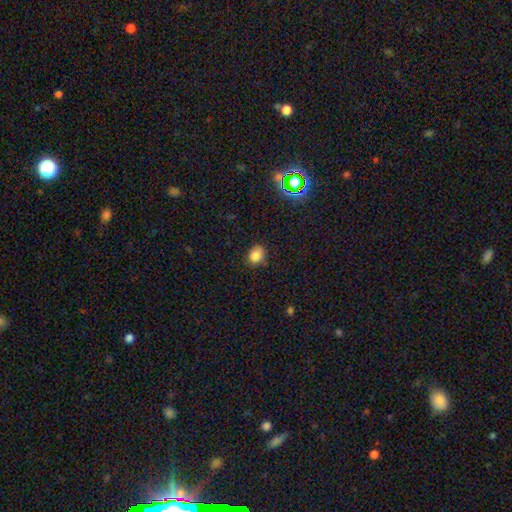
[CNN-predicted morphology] A smooth galaxy with no disk features (82%) that is round (61%).

Vote fractions:
- Smooth or featured? smooth: 82% / star or artifact: 12% / featured or disk: 6%
- How rounded? round: 61% / in between: 38% / cigar-shaped: 1%
- Merging? none: 77% / minor disturbance: 18% / major disturbance: 4% / merger: 1%